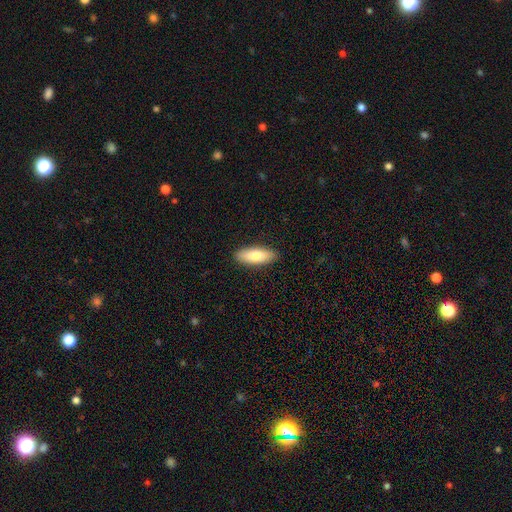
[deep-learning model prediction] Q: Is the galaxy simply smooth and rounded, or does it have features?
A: smooth — 76%.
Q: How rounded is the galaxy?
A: in between — 67%.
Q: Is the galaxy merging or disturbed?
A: none — 90%.